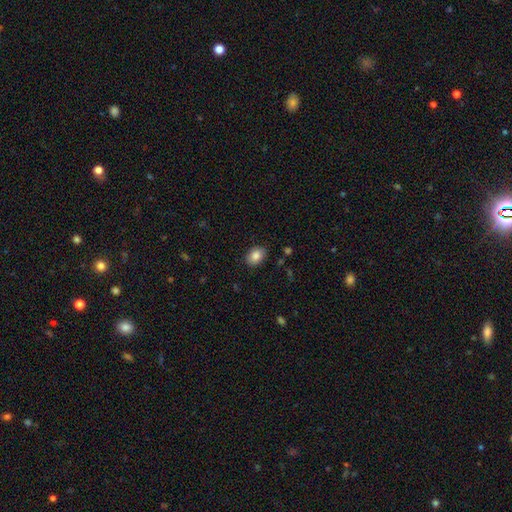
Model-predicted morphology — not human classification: Smooth or featured? smooth (86%)
How rounded? in between (70%)
Merging? none (87%)